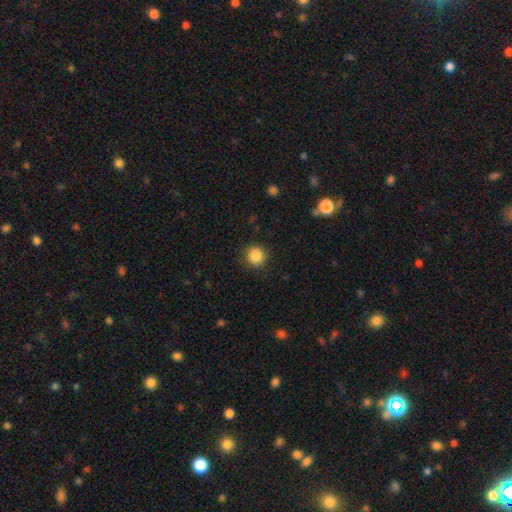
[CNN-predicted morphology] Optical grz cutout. It shows a smooth galaxy with no disk features (86%) that is round (92%). Merging: none (89%).